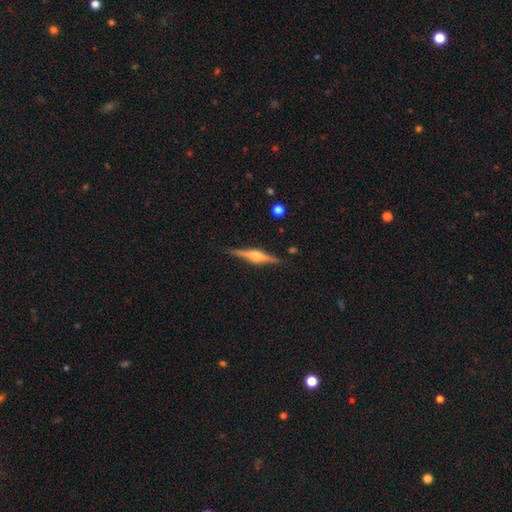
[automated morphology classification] Smooth or featured? featured or disk (80%)
Edge-on disk? yes (98%)
Edge-on bulge? rounded (91%)
Merging? none (89%)